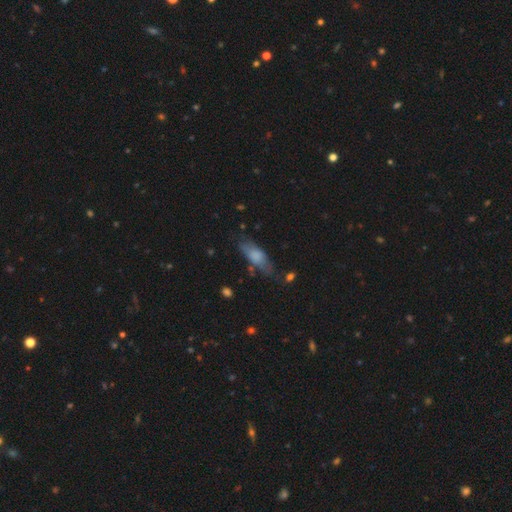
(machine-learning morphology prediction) Smooth or featured? Predicted: smooth (p=0.70). How rounded? Predicted: in between (p=0.69). Merging? Predicted: none (p=0.60).